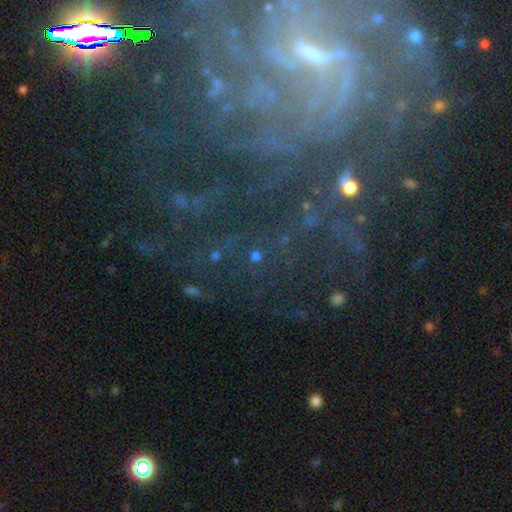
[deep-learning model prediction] A star or artifact, not a galaxy (63%).

Vote fractions:
- Smooth or featured? star or artifact: 63% / smooth: 22% / featured or disk: 15%